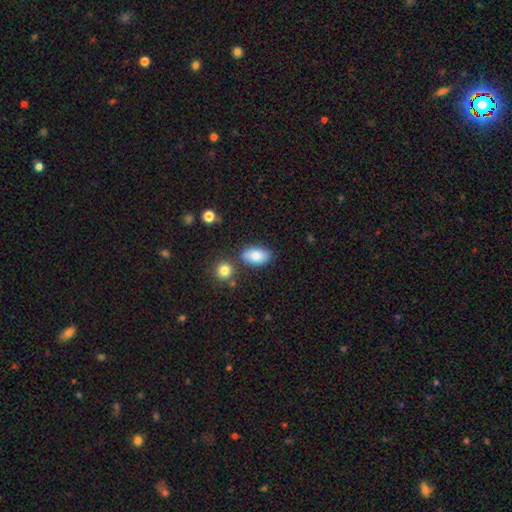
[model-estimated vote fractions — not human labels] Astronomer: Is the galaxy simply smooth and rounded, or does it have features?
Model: smooth — 82%.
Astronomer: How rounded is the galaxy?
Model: in between — 91%.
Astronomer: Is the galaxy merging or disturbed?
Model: none — 76%.